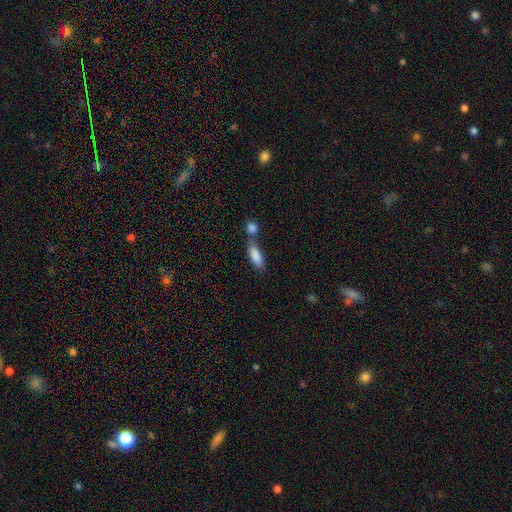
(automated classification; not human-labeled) This appears to be a smooth galaxy with no disk features (85%) that is in between round and cigar-shaped (66%). Merging: none (43%).